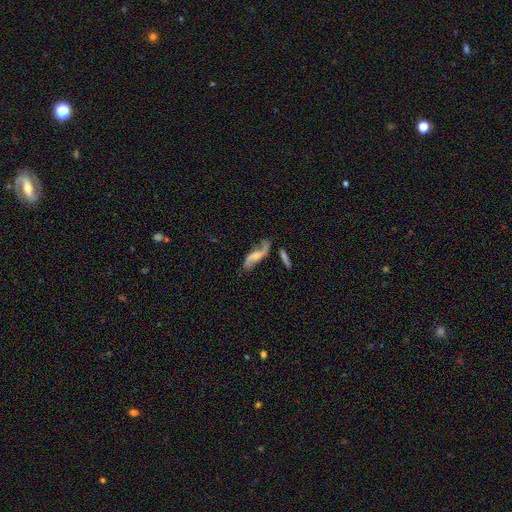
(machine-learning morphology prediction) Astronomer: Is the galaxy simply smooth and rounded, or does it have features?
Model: featured or disk — 76%.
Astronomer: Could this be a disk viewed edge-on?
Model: no — 87%.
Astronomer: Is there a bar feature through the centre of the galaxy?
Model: no — 53% (runner-up: weak, 33%).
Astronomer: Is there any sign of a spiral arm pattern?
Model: yes — 92%.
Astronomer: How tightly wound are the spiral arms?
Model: loose — 80%.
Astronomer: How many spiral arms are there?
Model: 2 — 90%.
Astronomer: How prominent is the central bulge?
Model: small — 49% (runner-up: moderate, 41%).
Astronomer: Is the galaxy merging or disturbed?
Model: none — 60%.